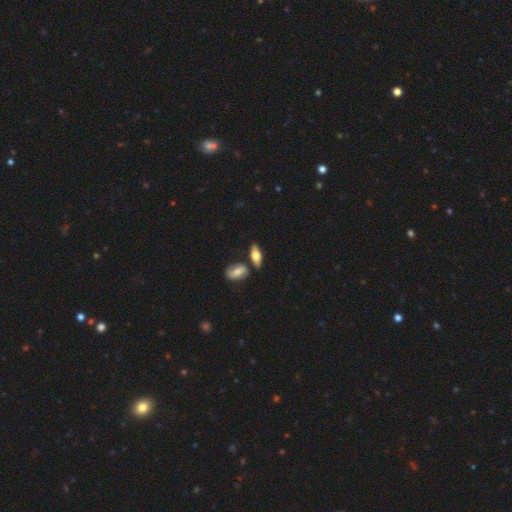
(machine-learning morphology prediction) type=smooth (59%); roundness=in between (73%); merging=none (73%).